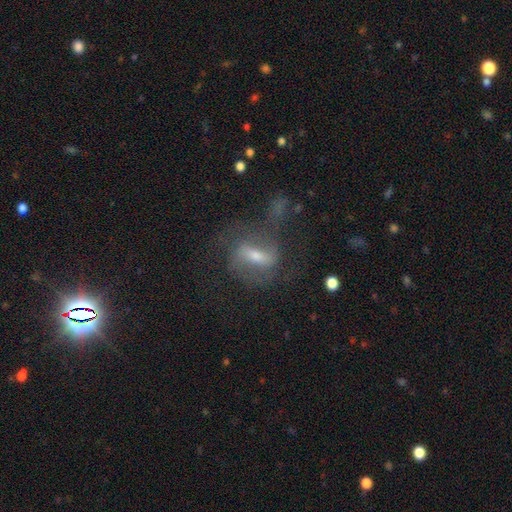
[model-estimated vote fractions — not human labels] A featured or disk galaxy (65%) with a strong bar (49%), spiral arms (76%) and a moderate central bulge (48%). Merging: none (47%).